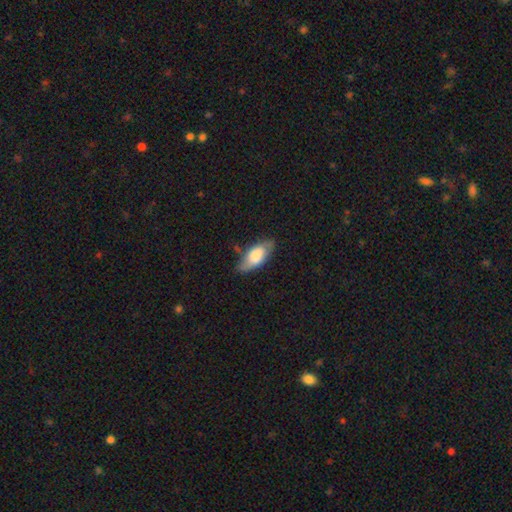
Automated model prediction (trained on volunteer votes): Smooth or featured? smooth (66%)
How rounded? in between (84%)
Merging? none (70%)